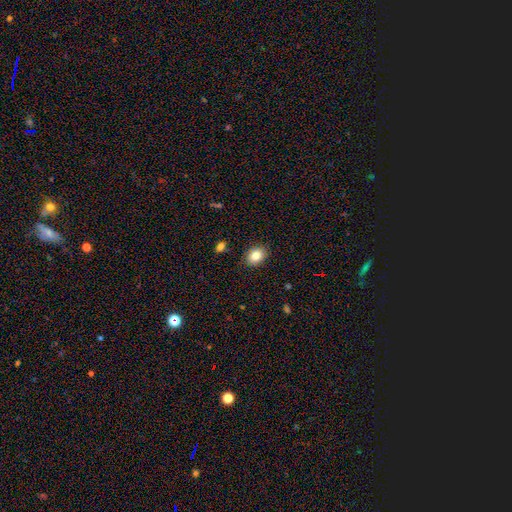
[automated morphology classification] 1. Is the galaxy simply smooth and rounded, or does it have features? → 83% smooth, 9% star or artifact, 8% featured or disk.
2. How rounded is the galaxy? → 59% in between, 41% round, 1% cigar-shaped.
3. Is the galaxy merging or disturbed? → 88% none, 9% minor disturbance, 2% major disturbance, 1% merger.